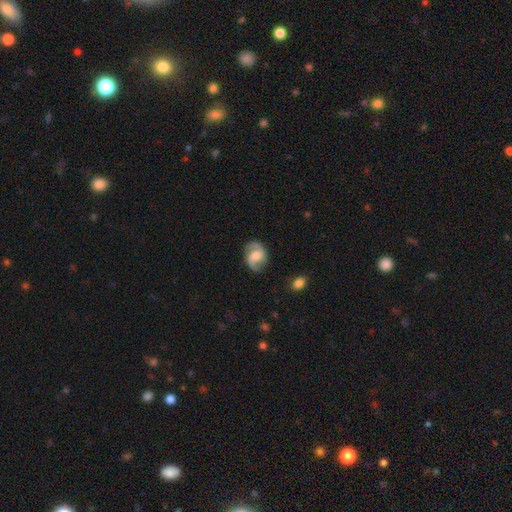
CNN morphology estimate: Overall: featured or disk (80%). Edge-on disk: no (98%). Bar: weak (46%; no 41%). Spiral arms: yes (96%). Spiral arm count: 2 (91%). Spiral winding: medium (53%; loose 27%). Bulge size: moderate (45%; small 23%). Merging: none (80%).